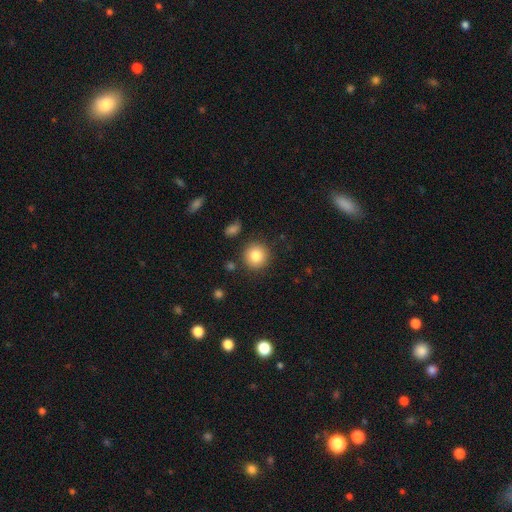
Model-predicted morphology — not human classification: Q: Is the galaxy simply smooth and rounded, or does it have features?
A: smooth — 82%.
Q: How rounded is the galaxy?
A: round — 93%.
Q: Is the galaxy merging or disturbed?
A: none — 87%.